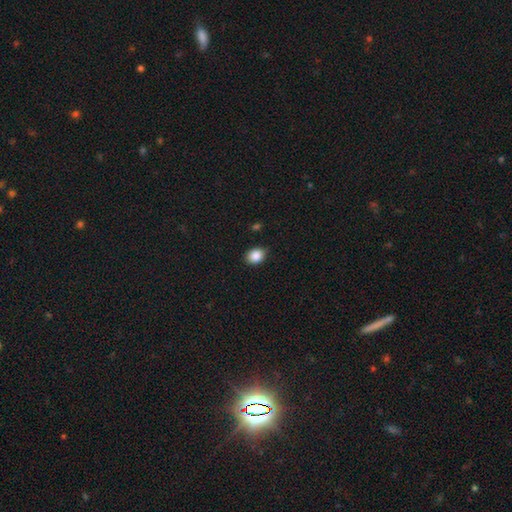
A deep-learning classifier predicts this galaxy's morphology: A smooth galaxy with no disk features (87%) that is in between round and cigar-shaped (59%). Merging: none (86%).